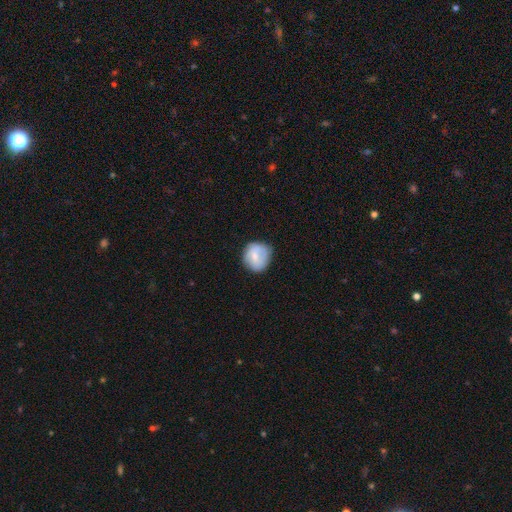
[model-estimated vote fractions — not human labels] smooth-or-featured: smooth: 70% | featured or disk: 23% | star or artifact: 7%
  how-rounded: round: 81% | in between: 18% | cigar-shaped: 1%
  merging: none: 70% | minor disturbance: 22% | major disturbance: 6% | merger: 2%